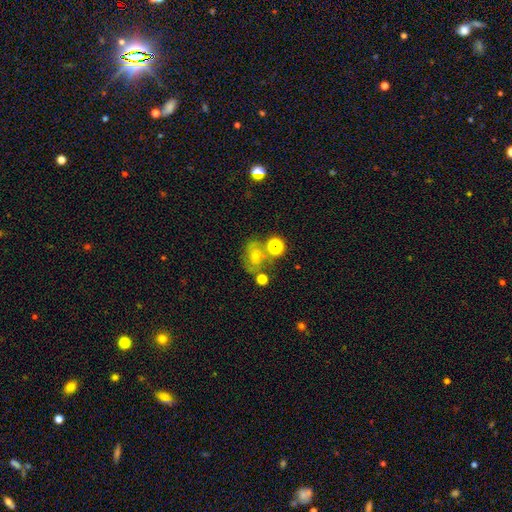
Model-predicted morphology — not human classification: A smooth galaxy with no disk features (42%). Merging: none (55%).